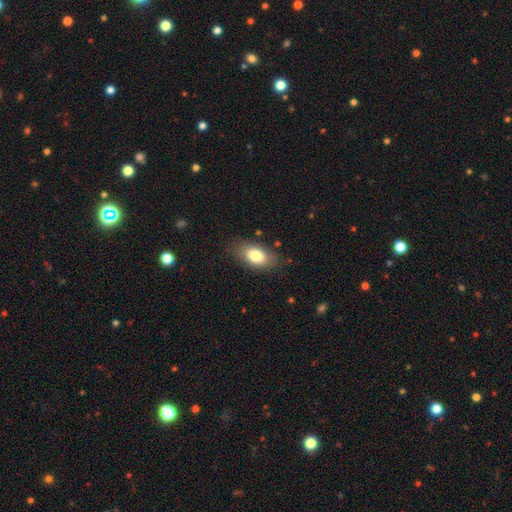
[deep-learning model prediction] Smooth or featured: smooth — 80% (featured or disk — 13%)
How rounded: in between — 91% (round — 6%)
Merging: none — 81% (minor disturbance — 14%)